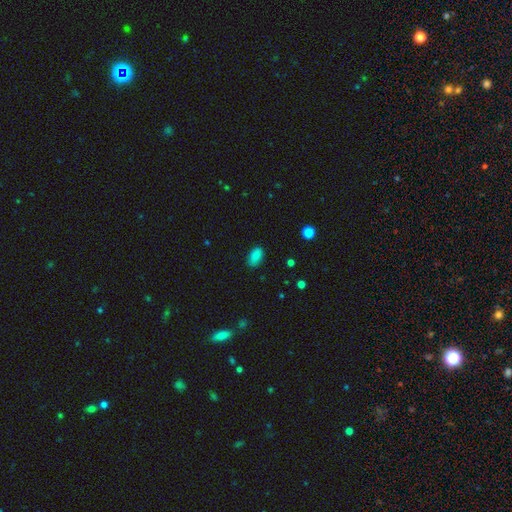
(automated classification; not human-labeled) A smooth galaxy with no disk features (86%) that is in between round and cigar-shaped (92%). Merging: none (82%).